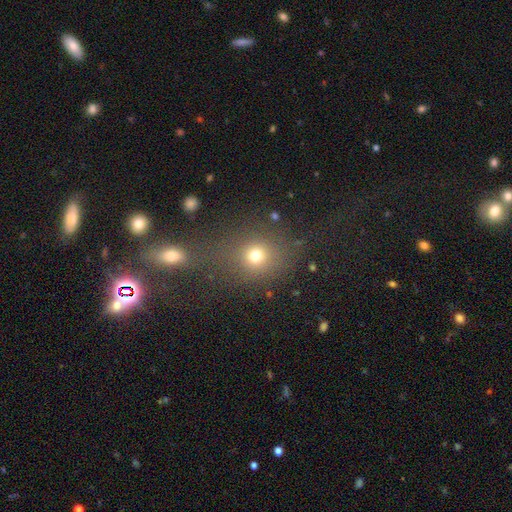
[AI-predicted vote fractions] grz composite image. It shows a smooth galaxy with no disk features (71%) that is round (77%). Merging: none (58%).